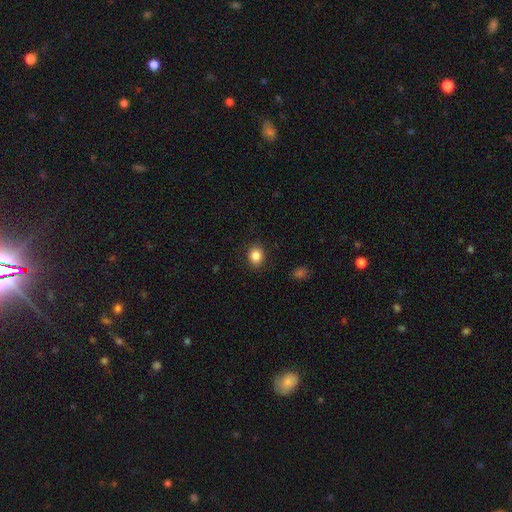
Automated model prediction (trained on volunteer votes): smooth 85%, star or artifact 10%, featured or disk 5%. Down the decision tree: how rounded — round (64%); merging — none (88%).